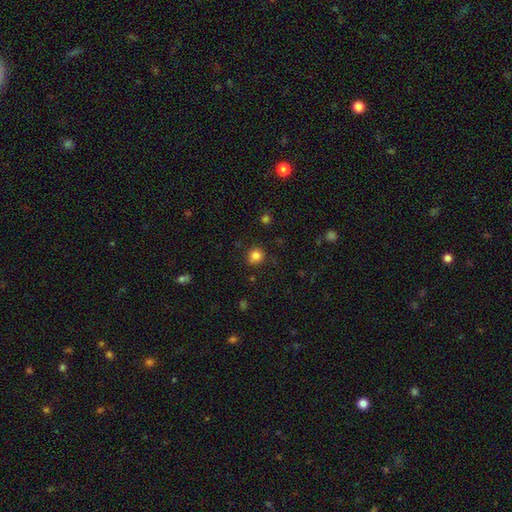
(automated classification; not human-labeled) A smooth galaxy with no disk features (83%) that is round (85%).

Vote fractions:
- Smooth or featured? smooth: 83% / star or artifact: 12% / featured or disk: 5%
- How rounded? round: 85% / in between: 14% / cigar-shaped: 1%
- Merging? none: 86% / minor disturbance: 10% / major disturbance: 3% / merger: 2%